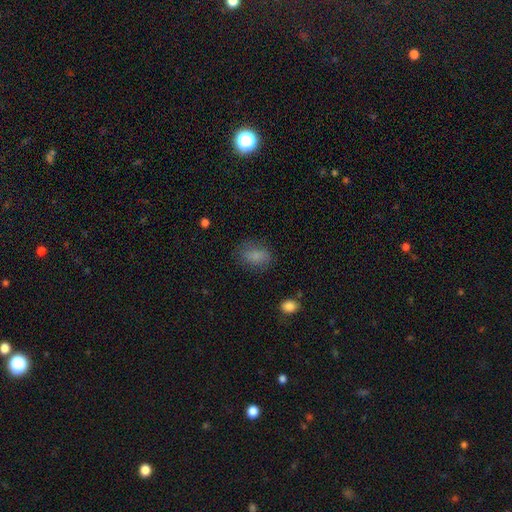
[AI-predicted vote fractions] smooth 80%, star or artifact 10%, featured or disk 10%. Down the decision tree: how rounded — in between (80%); merging — none (71%).